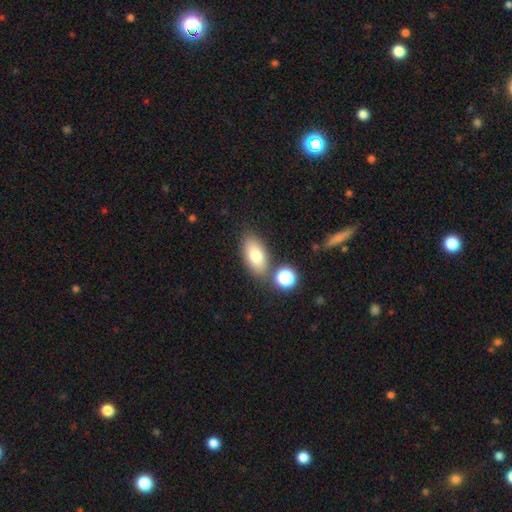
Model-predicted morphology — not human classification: A smooth galaxy with no disk features (79%) that is in between round and cigar-shaped (90%).

Vote fractions:
- Smooth or featured? smooth: 79% / featured or disk: 12% / star or artifact: 9%
- How rounded? in between: 90% / round: 6% / cigar-shaped: 4%
- Merging? none: 78% / minor disturbance: 11% / merger: 9% / major disturbance: 3%